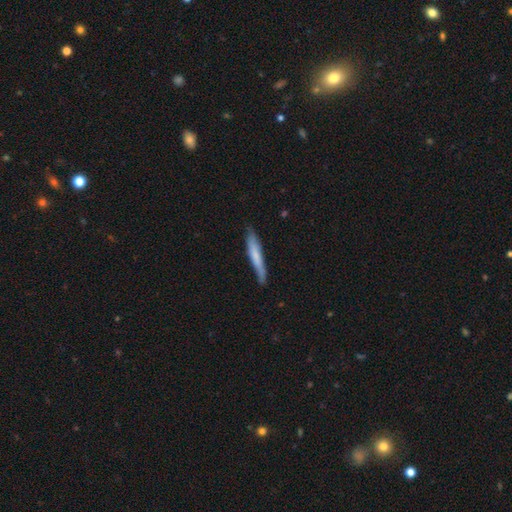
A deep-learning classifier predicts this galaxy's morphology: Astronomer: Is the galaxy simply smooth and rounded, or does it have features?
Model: smooth — 65%.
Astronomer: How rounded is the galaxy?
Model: cigar-shaped — 93%.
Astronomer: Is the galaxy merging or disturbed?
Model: none — 75%.